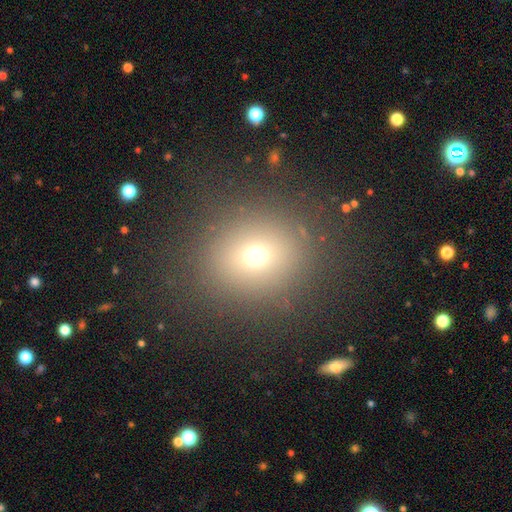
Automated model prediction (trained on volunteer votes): Smooth or featured: smooth — 67% (star or artifact — 22%)
How rounded: round — 84% (in between — 15%)
Merging: none — 86% (minor disturbance — 8%)